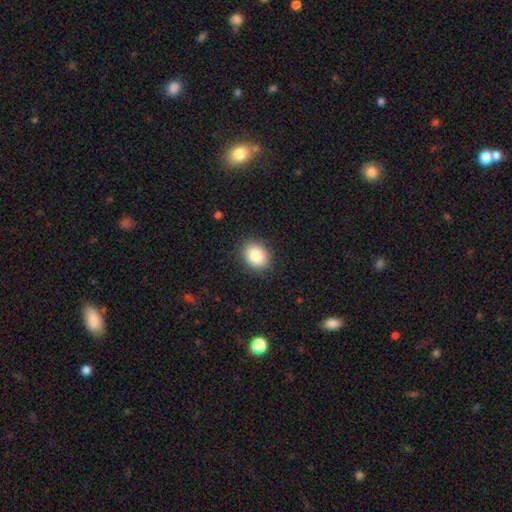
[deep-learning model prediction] smooth_or_featured: smooth (p=0.85) [alt: star or artifact p=0.08]
how_rounded: in between (p=0.54) [alt: round p=0.46]
merging: none (p=0.89) [alt: minor disturbance p=0.08]